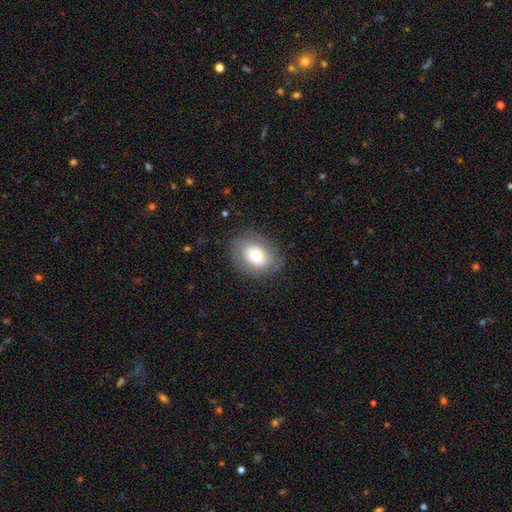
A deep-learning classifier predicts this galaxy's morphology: This is likely a smooth galaxy (71%). How rounded: likely in between (74%). Merging: likely none (77%).